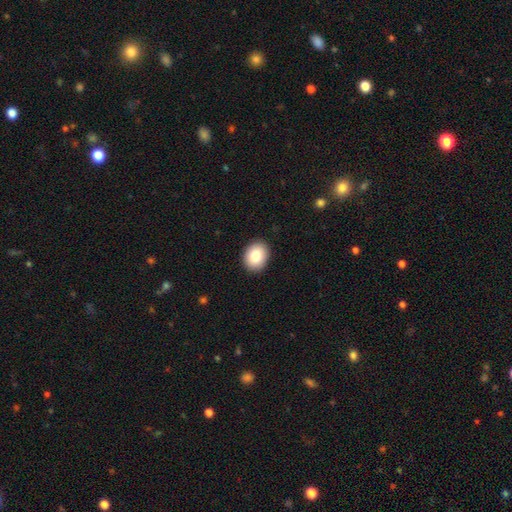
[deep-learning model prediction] Smooth or featured? smooth (84%)
How rounded? in between (59%)
Merging? none (90%)